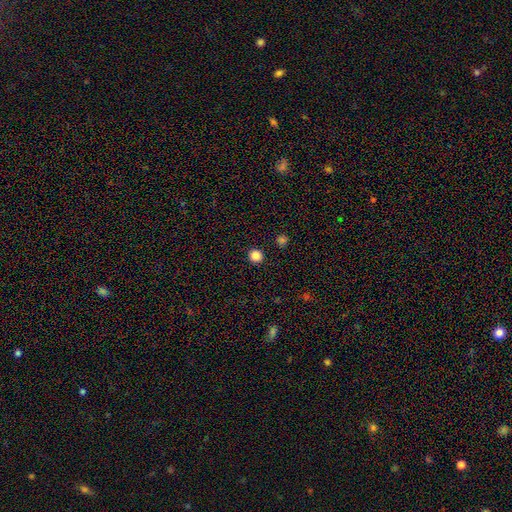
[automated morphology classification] A smooth galaxy with no disk features (85%) that is round (93%). Merging: none (93%).